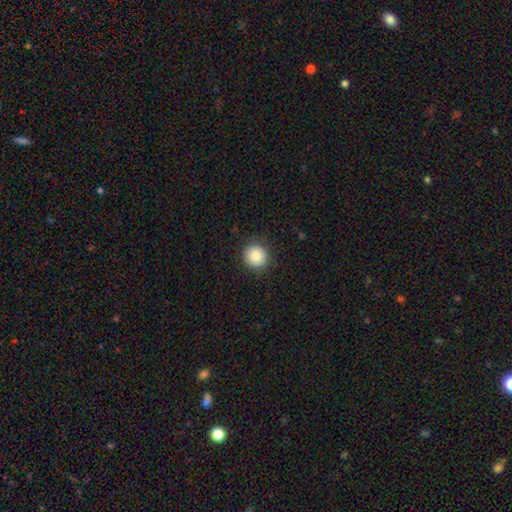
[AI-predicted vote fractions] Smooth or featured? Predicted: smooth (p=0.85). How rounded? Predicted: round (p=0.90). Merging? Predicted: none (p=0.88).